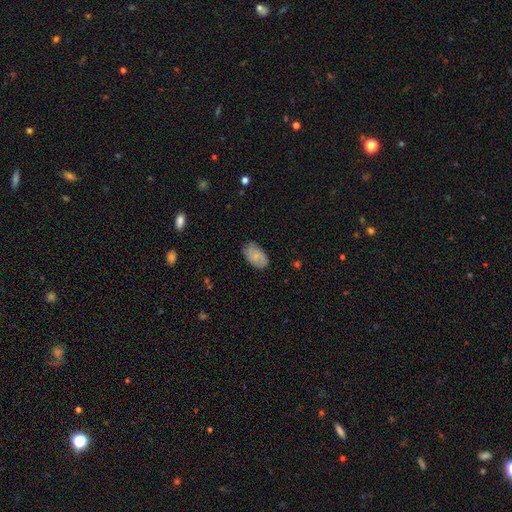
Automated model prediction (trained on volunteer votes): Smooth or featured?
  - smooth: 77% *
  - featured or disk: 16%
  - star or artifact: 7%
How rounded?
  - in between: 94% *
  - round: 5%
  - cigar-shaped: 2%
Merging?
  - none: 77% *
  - minor disturbance: 18%
  - major disturbance: 4%
  - merger: 1%